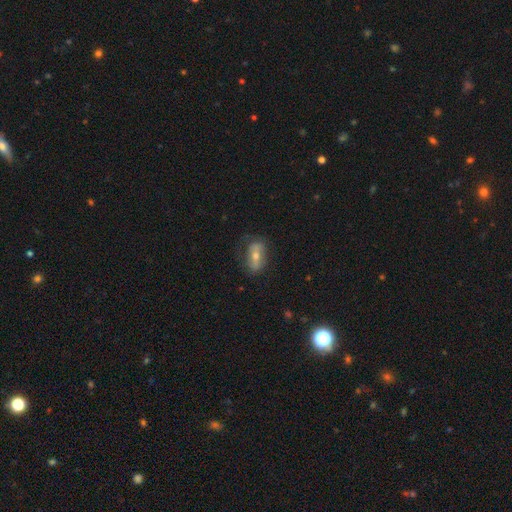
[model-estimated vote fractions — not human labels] smooth_or_featured: featured or disk (p=0.48) [alt: smooth p=0.44]
merging: none (p=0.67) [alt: minor disturbance p=0.22]